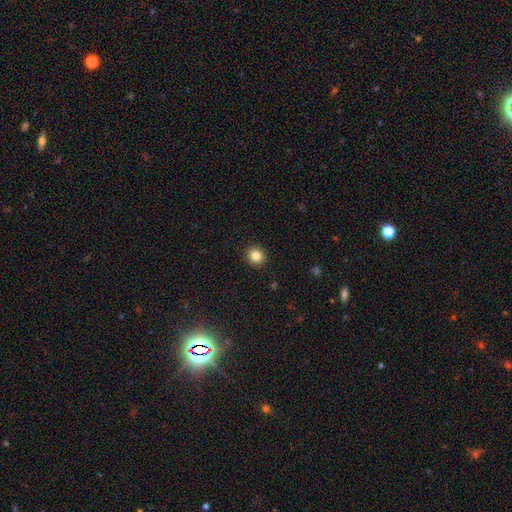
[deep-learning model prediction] Smooth or featured: smooth — 84% (star or artifact — 11%)
How rounded: round — 87% (in between — 12%)
Merging: none — 92% (minor disturbance — 5%)